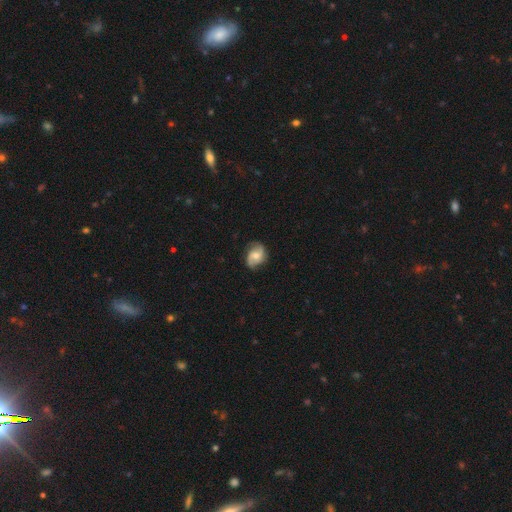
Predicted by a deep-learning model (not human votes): A featured or disk galaxy (64%) with no bar (58%), 2 (76%) medium (44%) spiral arms (92%) and a moderate central bulge (58%). Merging: none (74%).